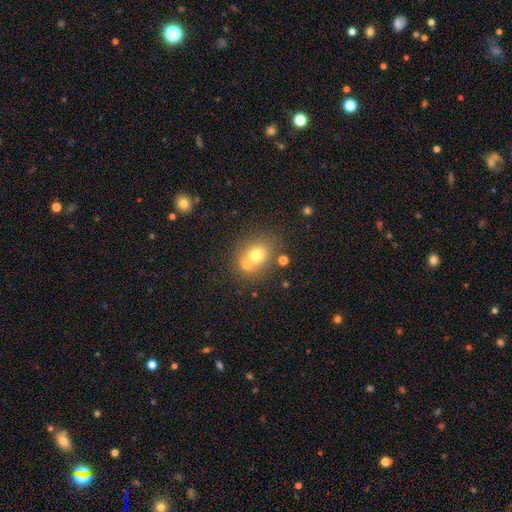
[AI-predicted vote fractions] Morphology: type=smooth (71%); roundness=round (55%); merging=none (50%).